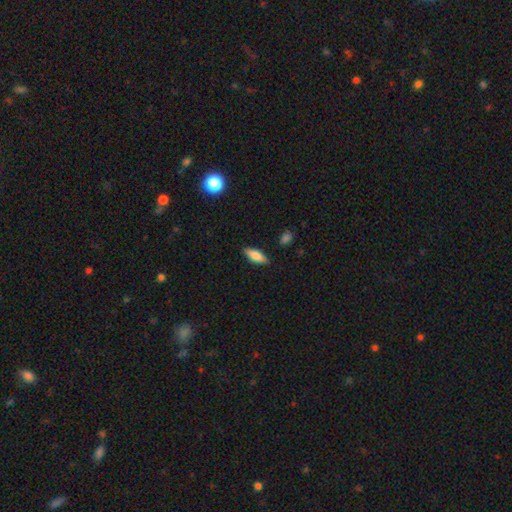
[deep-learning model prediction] Smooth or featured? Predicted: smooth (p=0.74). How rounded? Predicted: in between (p=0.66). Merging? Predicted: none (p=0.86).